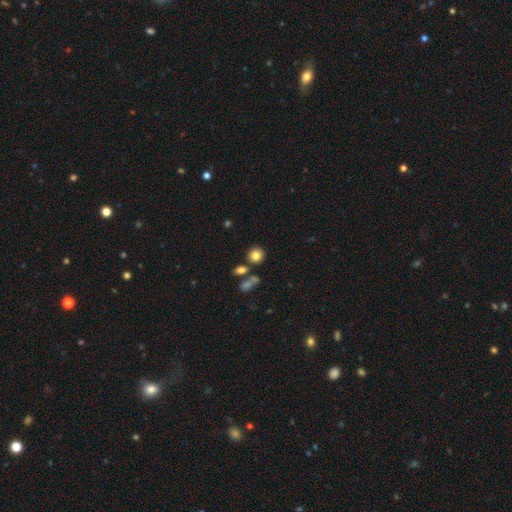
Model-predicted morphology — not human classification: smooth 80%, star or artifact 11%, featured or disk 9%. Down the decision tree: how rounded — round (85%); merging — none (76%).